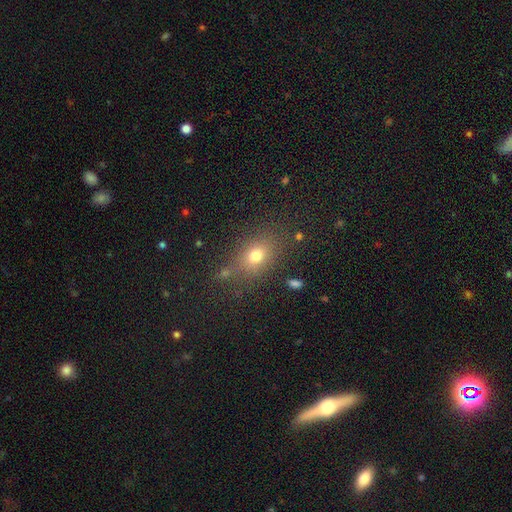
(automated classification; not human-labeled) This appears to be a smooth galaxy with no disk features (71%) that is in between round and cigar-shaped (63%). Merging: none (74%).